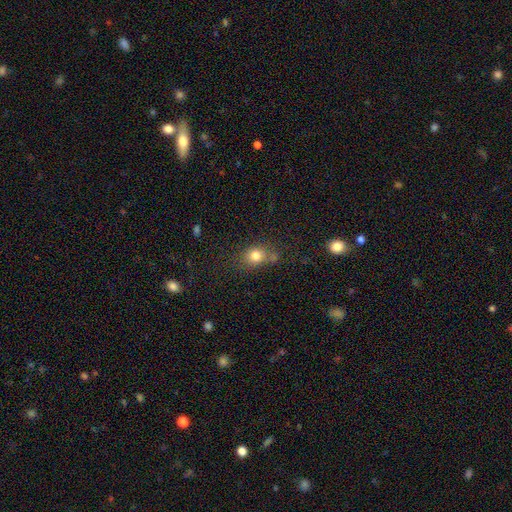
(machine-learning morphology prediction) smooth-or-featured: smooth: 80% | star or artifact: 11% | featured or disk: 9%
  how-rounded: round: 55% | in between: 44% | cigar-shaped: 2%
  merging: none: 58% | minor disturbance: 21% | merger: 12% | major disturbance: 8%